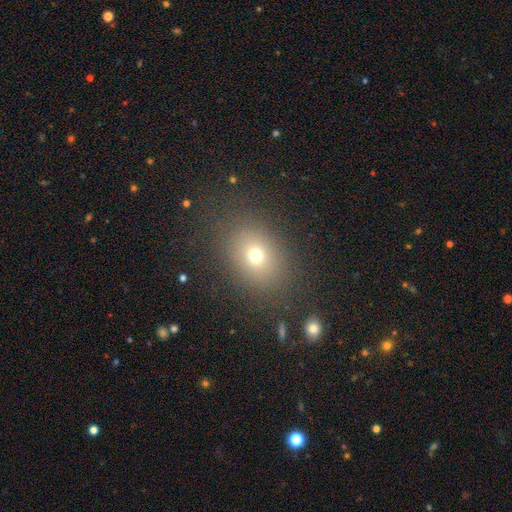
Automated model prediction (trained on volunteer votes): The model was most divided on "how rounded": in between: 53%, round: 46%, cigar-shaped: 1%. More confident: merging — none (83%); smooth or featured — smooth (69%).